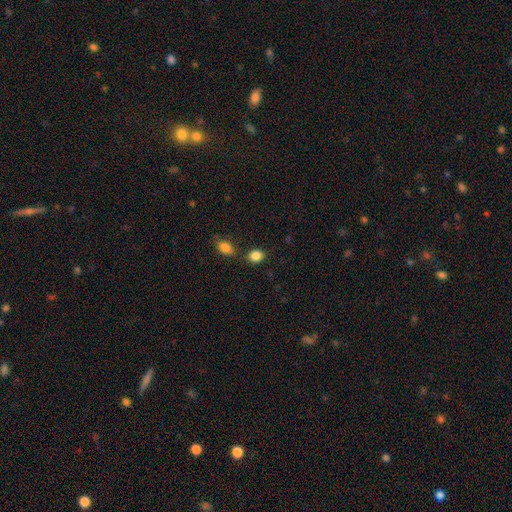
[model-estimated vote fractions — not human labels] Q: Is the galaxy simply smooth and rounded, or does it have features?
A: smooth — 86%.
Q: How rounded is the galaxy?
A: in between — 55%.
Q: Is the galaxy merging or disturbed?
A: none — 74%.